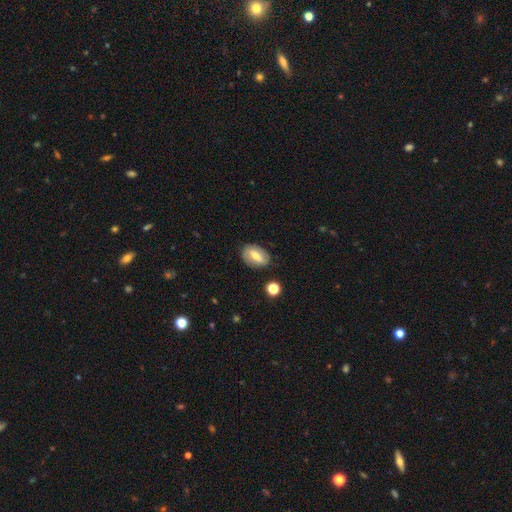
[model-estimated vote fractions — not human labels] smooth_or_featured: smooth (p=0.57) [alt: featured or disk p=0.34]
how_rounded: in between (p=0.84) [alt: round p=0.12]
merging: none (p=0.78) [alt: minor disturbance p=0.16]